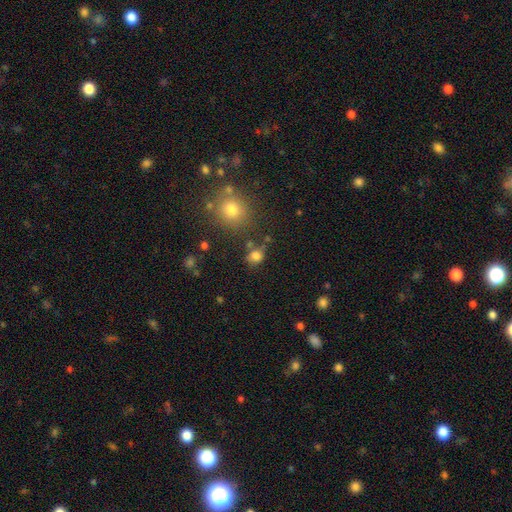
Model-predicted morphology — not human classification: Smooth or featured? smooth (78%)
How rounded? round (64%)
Merging? none (62%)